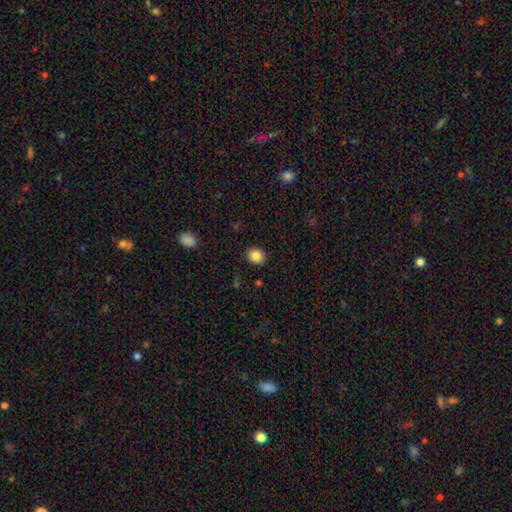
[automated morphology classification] This appears to be a smooth galaxy with no disk features (85%) that is round (71%). Merging: none (90%).